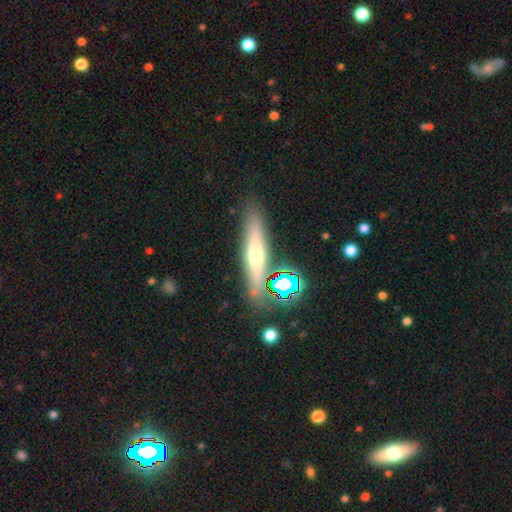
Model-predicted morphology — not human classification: Smooth or featured?
  - smooth: 44% *
  - featured or disk: 43%
  - star or artifact: 12%
Merging?
  - none: 83% *
  - minor disturbance: 10%
  - merger: 4%
  - major disturbance: 3%